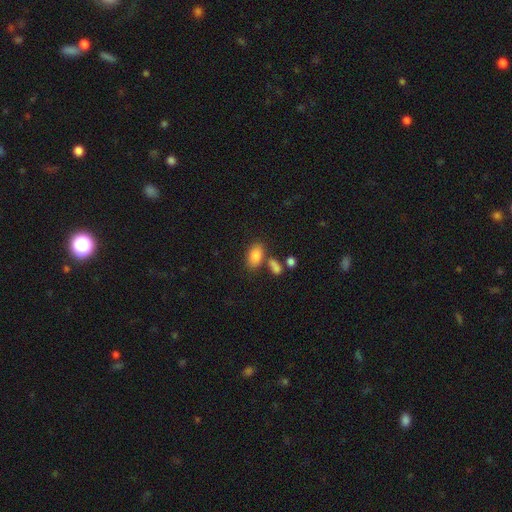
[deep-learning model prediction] Smooth or featured? smooth (85%)
How rounded? in between (90%)
Merging? none (63%)